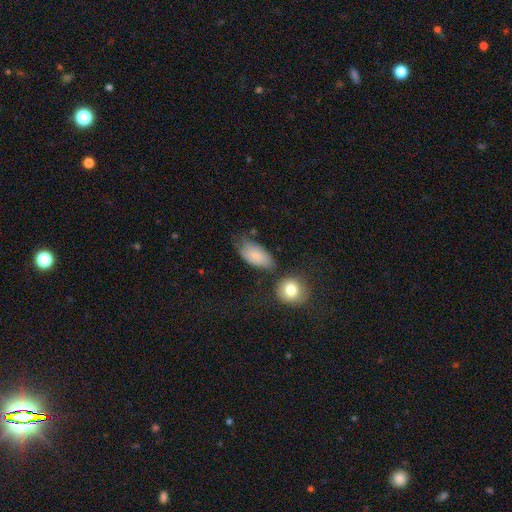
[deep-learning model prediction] The model was most divided on "merging": none: 53%, minor disturbance: 27%, merger: 12%, major disturbance: 9%. More confident: how rounded — in between (90%); smooth or featured — smooth (77%).